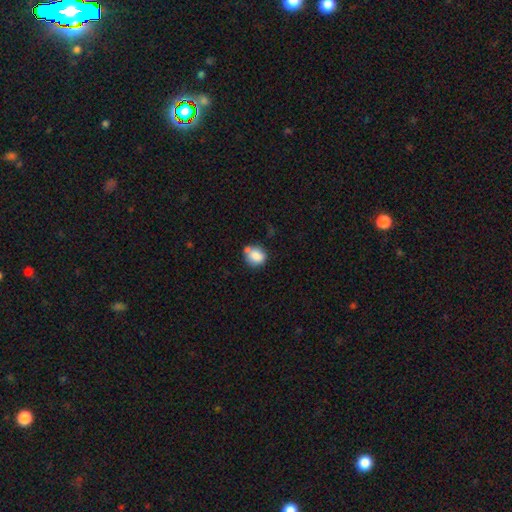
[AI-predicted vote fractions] Morphology: type=smooth (84%); roundness=round (75%); merging=none (57%).